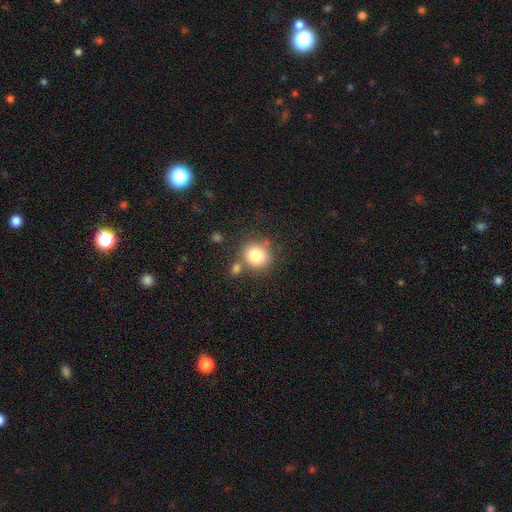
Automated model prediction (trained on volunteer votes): Smooth or featured? Predicted: smooth (p=0.82). How rounded? Predicted: round (p=0.83). Merging? Predicted: none (p=0.66).